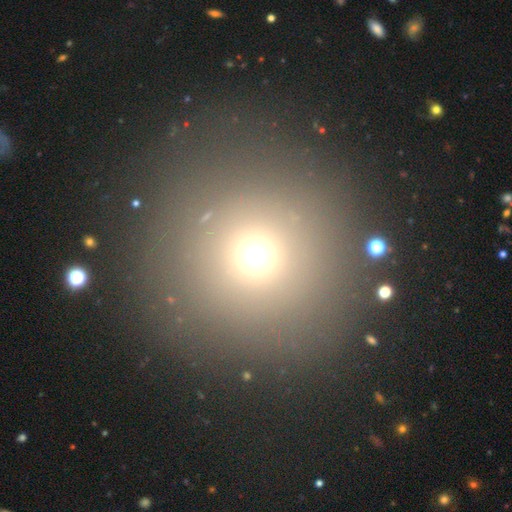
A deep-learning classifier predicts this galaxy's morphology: A smooth galaxy with no disk features (67%) that is round (94%).

Vote fractions:
- Smooth or featured? smooth: 67% / star or artifact: 23% / featured or disk: 10%
- How rounded? round: 94% / in between: 5% / cigar-shaped: 1%
- Merging? none: 85% / minor disturbance: 8% / major disturbance: 5% / merger: 3%